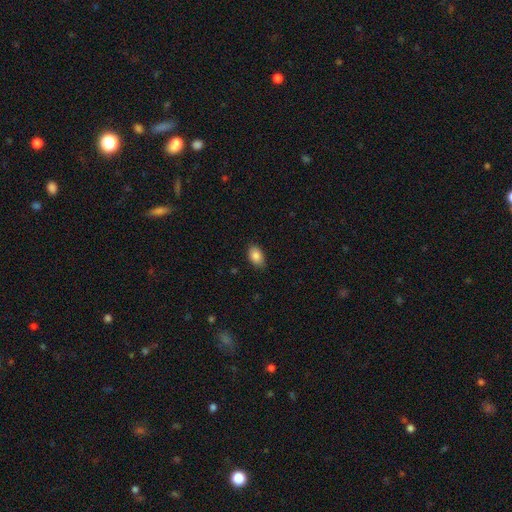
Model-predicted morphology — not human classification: type=smooth (87%); roundness=in between (88%); merging=none (85%).